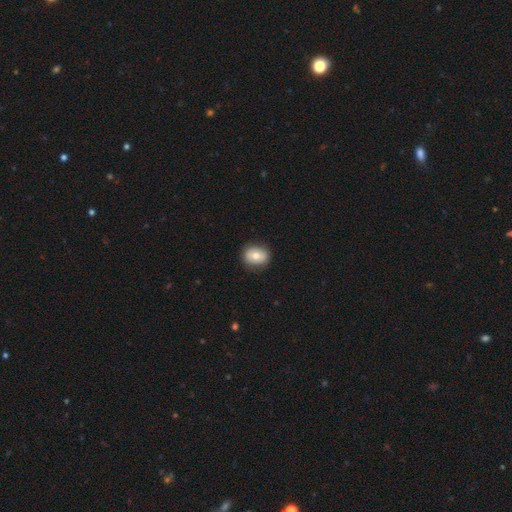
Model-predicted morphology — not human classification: A smooth galaxy with no disk features (74%) that is round (51%).

Vote fractions:
- Smooth or featured? smooth: 74% / featured or disk: 18% / star or artifact: 8%
- How rounded? round: 51% / in between: 48% / cigar-shaped: 1%
- Merging? none: 85% / minor disturbance: 11% / major disturbance: 3% / merger: 1%